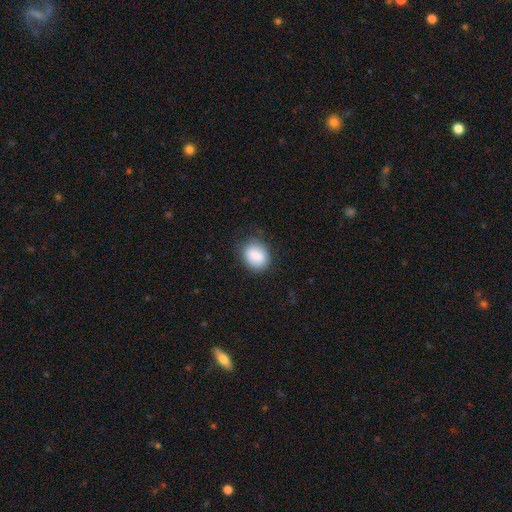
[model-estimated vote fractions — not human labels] Smooth or featured? Predicted: smooth (p=0.87). How rounded? Predicted: in between (p=0.55). Merging? Predicted: none (p=0.77).